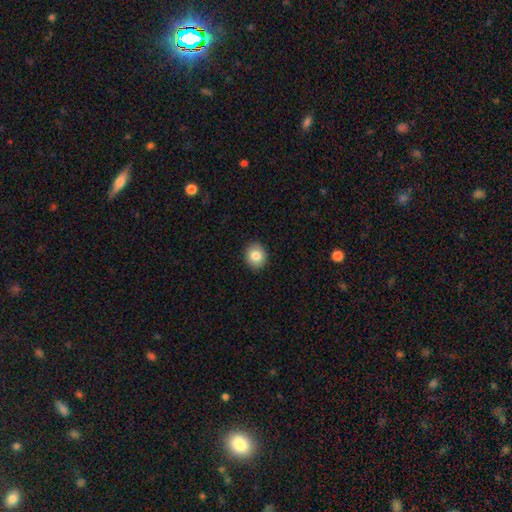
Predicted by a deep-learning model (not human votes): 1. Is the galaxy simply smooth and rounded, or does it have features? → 84% smooth, 9% star or artifact, 7% featured or disk.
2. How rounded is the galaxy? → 80% round, 19% in between, 1% cigar-shaped.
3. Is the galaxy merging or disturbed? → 92% none, 6% minor disturbance, 2% major disturbance, 1% merger.